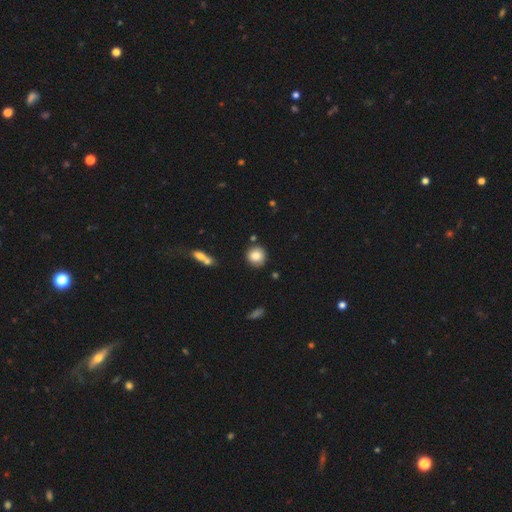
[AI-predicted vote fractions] This appears to be a smooth galaxy with no disk features (84%) that is round (92%). Merging: none (84%).